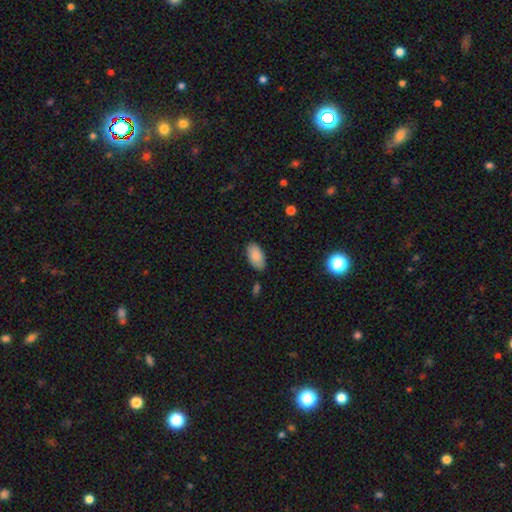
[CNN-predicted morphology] Smooth or featured: smooth — 87% (star or artifact — 7%)
How rounded: in between — 95% (cigar-shaped — 3%)
Merging: none — 84% (minor disturbance — 12%)